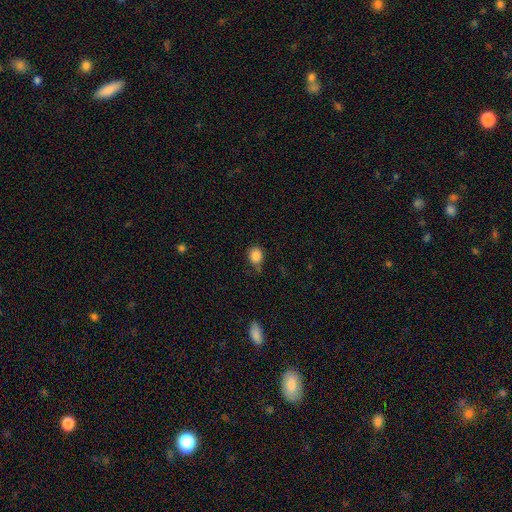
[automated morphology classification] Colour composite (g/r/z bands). It shows a smooth galaxy with no disk features (85%) that is round (63%). Merging: none (56%).